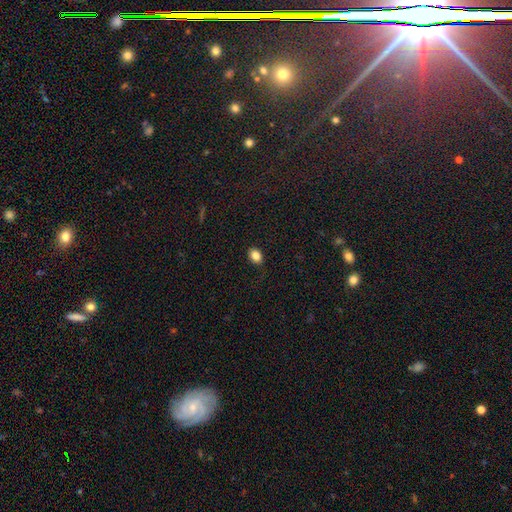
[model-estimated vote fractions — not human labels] A smooth galaxy with no disk features (84%) that is in between round and cigar-shaped (66%). Merging: none (84%).